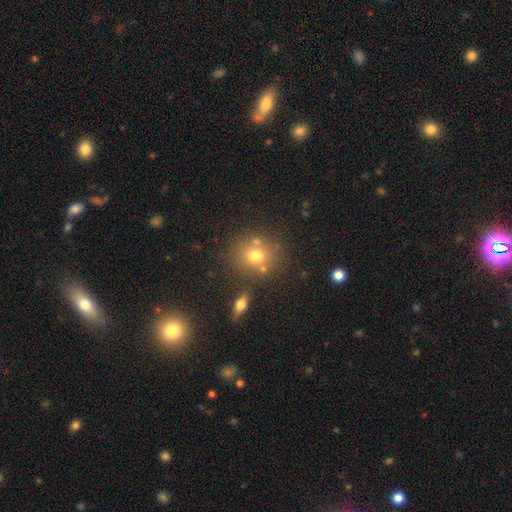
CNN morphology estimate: This appears to be a smooth galaxy with no disk features (70%) that is round (77%). Merging: none (72%).